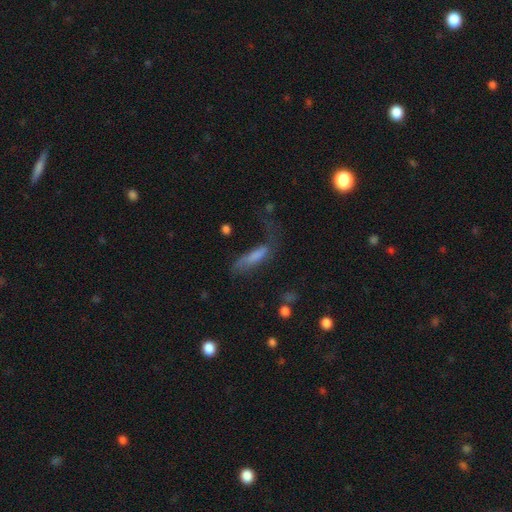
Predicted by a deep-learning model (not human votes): Smooth or featured?
  - smooth: 60% *
  - featured or disk: 28%
  - star or artifact: 12%
How rounded?
  - cigar-shaped: 62% *
  - in between: 36%
  - round: 3%
Merging?
  - major disturbance: 39% *
  - none: 32%
  - minor disturbance: 24%
  - merger: 5%